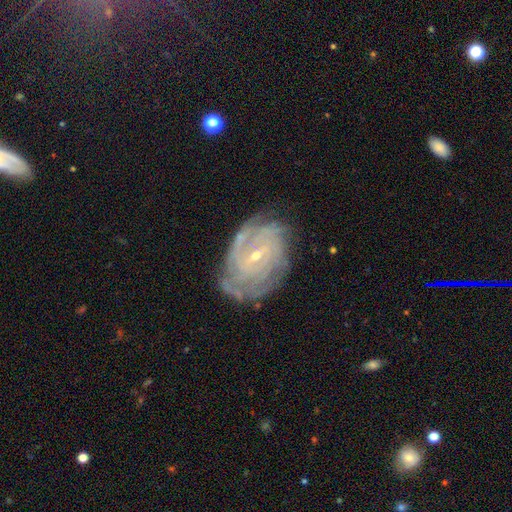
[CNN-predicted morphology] A featured or disk galaxy (85%) with a weak bar (49%), tight (70%) spiral arms (94%) and a small central bulge (79%). Merging: none (69%).